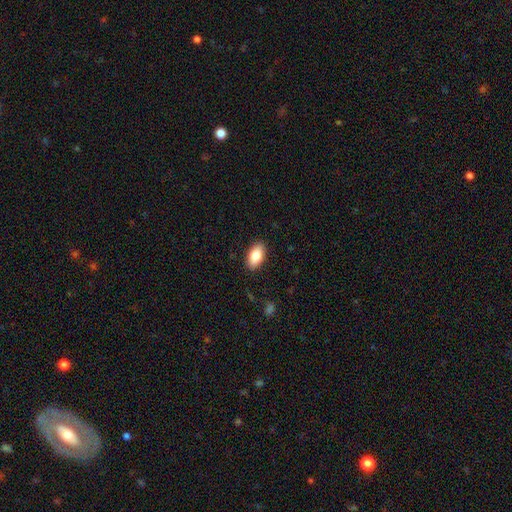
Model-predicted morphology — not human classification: Smooth or featured? Predicted: smooth (p=0.82). How rounded? Predicted: in between (p=0.92). Merging? Predicted: none (p=0.89).